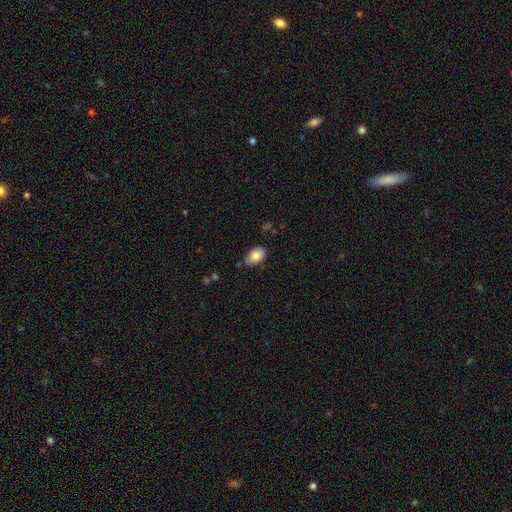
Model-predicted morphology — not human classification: Smooth or featured? smooth (83%)
How rounded? in between (89%)
Merging? none (70%)